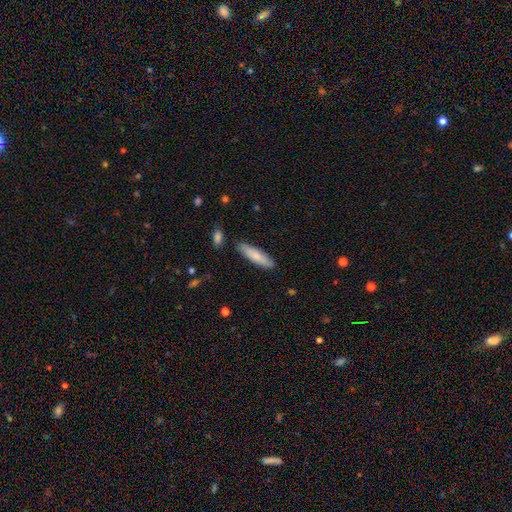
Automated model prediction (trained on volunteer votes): smooth-or-featured: smooth: 79% | featured or disk: 15% | star or artifact: 6%
  how-rounded: cigar-shaped: 70% | in between: 28% | round: 1%
  merging: none: 85% | minor disturbance: 10% | merger: 2% | major disturbance: 2%